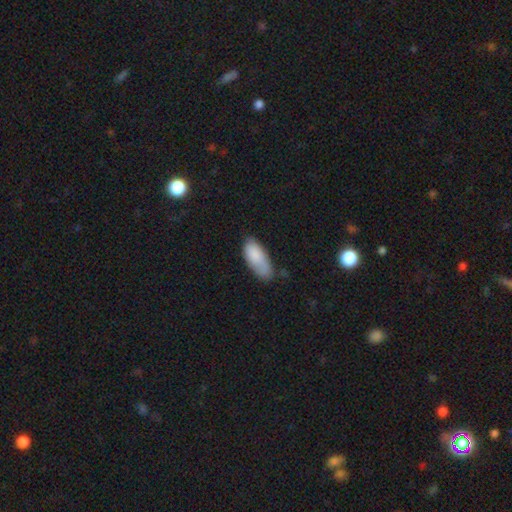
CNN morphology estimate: Smooth or featured? smooth (84%)
How rounded? in between (85%)
Merging? none (58%)